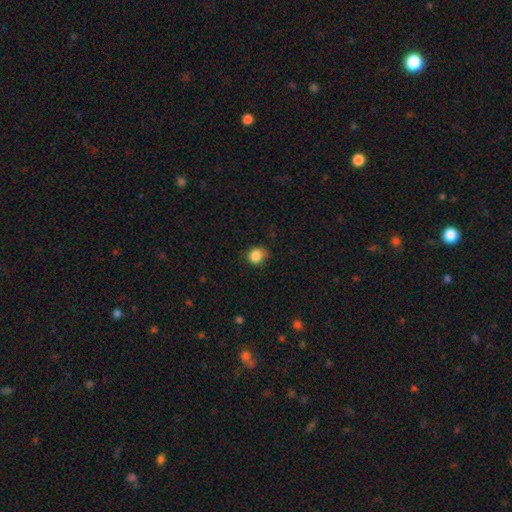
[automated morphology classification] type=smooth (86%); roundness=round (77%); merging=none (67%).